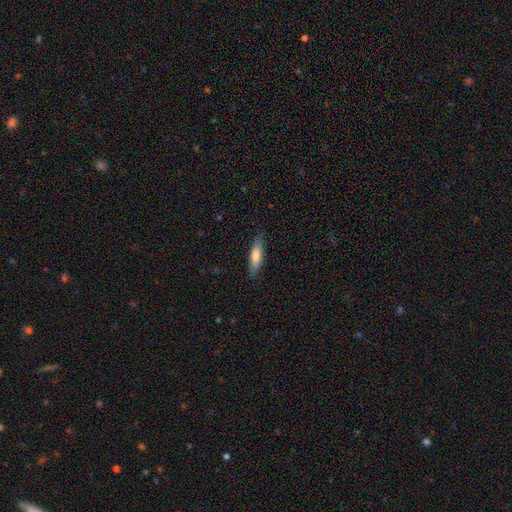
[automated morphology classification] The model was most divided on "how rounded": cigar-shaped: 69%, in between: 30%, round: 2%. More confident: merging — none (83%); smooth or featured — smooth (71%).